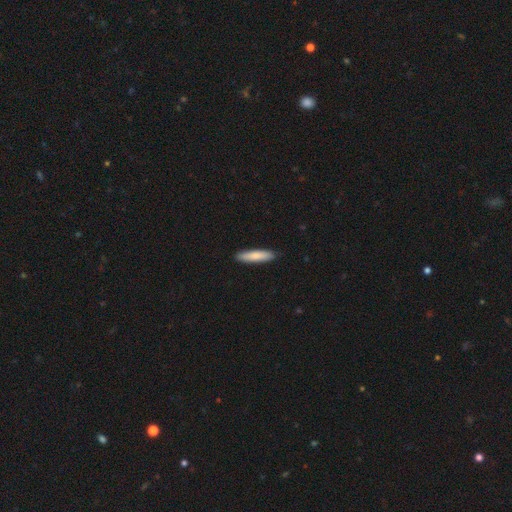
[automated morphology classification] A smooth galaxy with no disk features (81%) that is cigar-shaped (82%).

Vote fractions:
- Smooth or featured? smooth: 81% / featured or disk: 14% / star or artifact: 5%
- How rounded? cigar-shaped: 82% / in between: 17% / round: 1%
- Merging? none: 90% / minor disturbance: 8% / major disturbance: 1% / merger: 1%